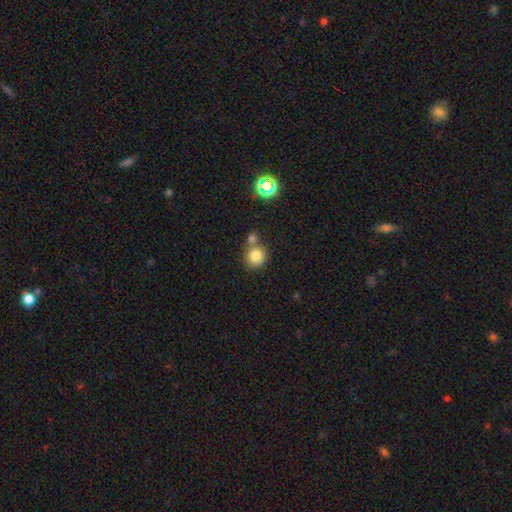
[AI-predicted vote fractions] A smooth galaxy with no disk features (81%) that is round (87%). Merging: none (56%).